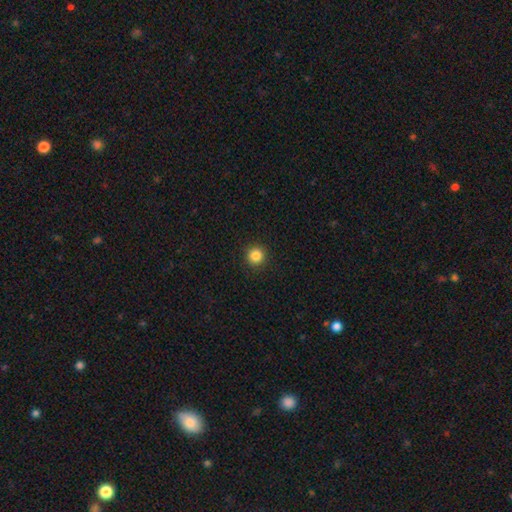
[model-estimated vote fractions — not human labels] This is clearly a smooth galaxy (85%). How rounded: clearly round (95%). Merging: clearly none (93%).